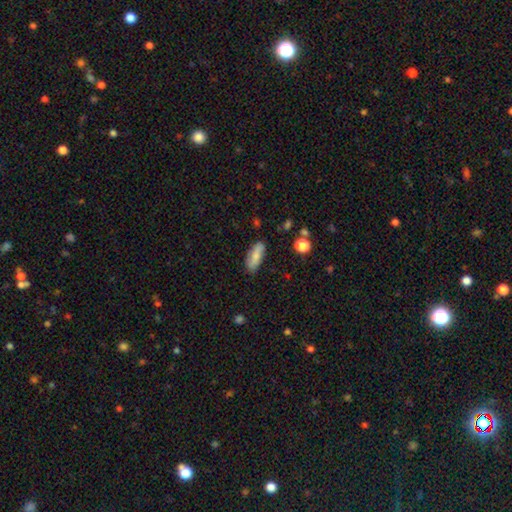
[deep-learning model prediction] Smooth or featured? smooth (76%)
How rounded? in between (71%)
Merging? none (81%)